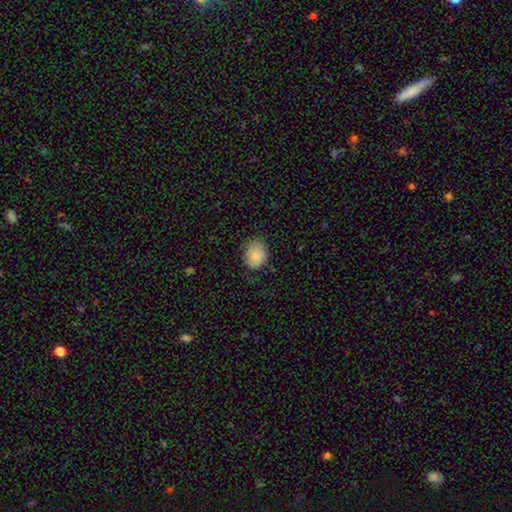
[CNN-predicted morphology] Smooth or featured? smooth (85%)
How rounded? in between (50%)
Merging? none (71%)